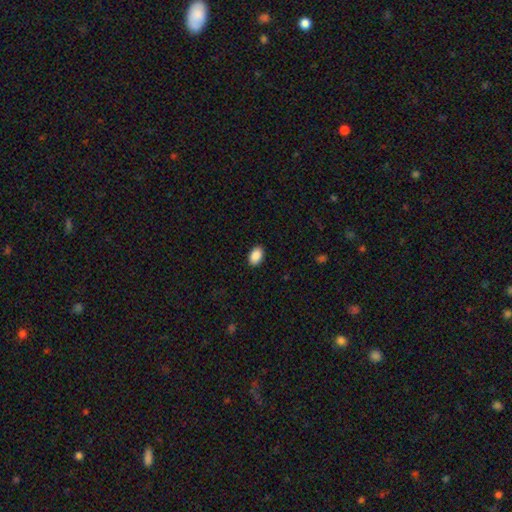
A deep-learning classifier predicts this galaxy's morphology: smooth 90%, star or artifact 7%, featured or disk 3%. Down the decision tree: how rounded — in between (89%); merging — none (90%).